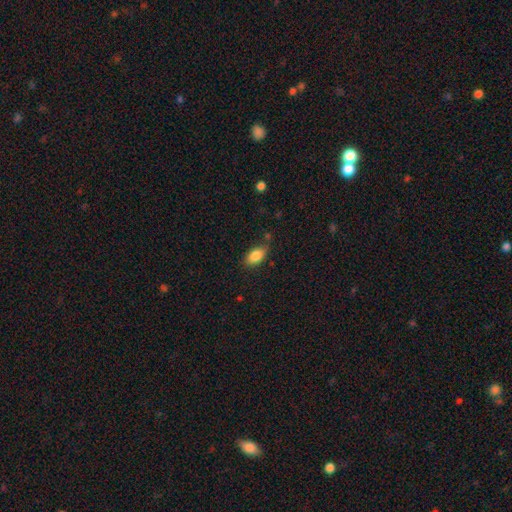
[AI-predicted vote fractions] Smooth or featured?
  - smooth: 85% *
  - star or artifact: 8%
  - featured or disk: 7%
How rounded?
  - in between: 90% *
  - round: 6%
  - cigar-shaped: 4%
Merging?
  - none: 72% *
  - minor disturbance: 21%
  - major disturbance: 4%
  - merger: 3%